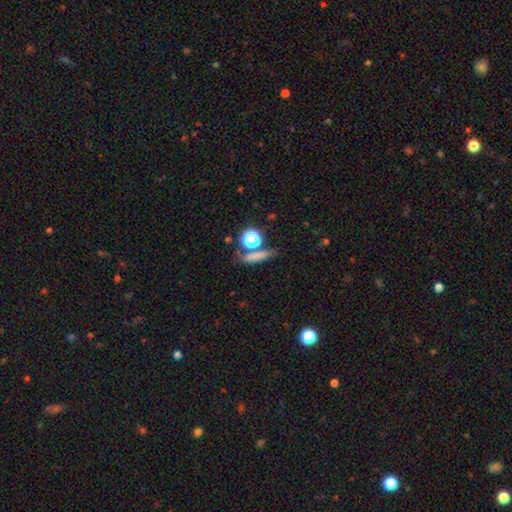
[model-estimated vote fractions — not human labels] A smooth galaxy with no disk features (70%) that is cigar-shaped (60%).

Vote fractions:
- Smooth or featured? smooth: 70% / star or artifact: 16% / featured or disk: 14%
- How rounded? cigar-shaped: 60% / round: 22% / in between: 18%
- Merging? none: 73% / merger: 12% / minor disturbance: 11% / major disturbance: 5%